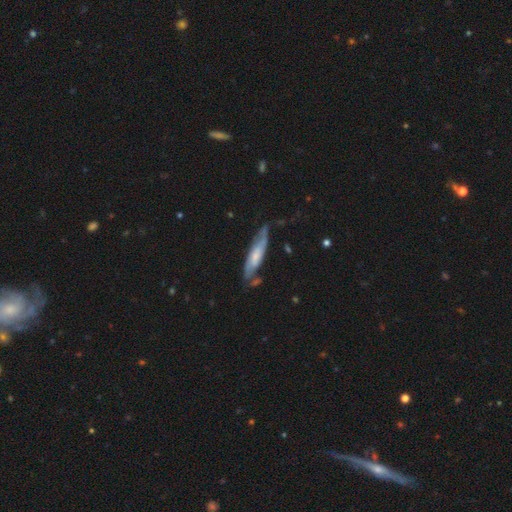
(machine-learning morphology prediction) This is likely a featured or disk galaxy (61%). It is likely not viewed edge-on (64%). Merging: likely none (63%).